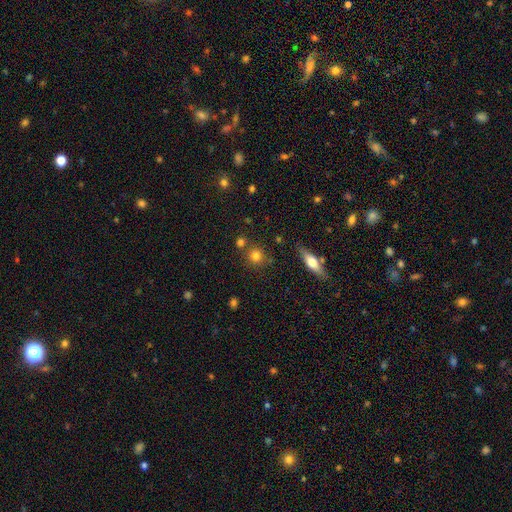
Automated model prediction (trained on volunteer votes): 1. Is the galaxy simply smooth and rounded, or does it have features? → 78% smooth, 12% star or artifact, 9% featured or disk.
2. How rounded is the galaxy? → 89% round, 9% in between, 2% cigar-shaped.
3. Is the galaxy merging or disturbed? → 76% none, 12% merger, 9% minor disturbance, 3% major disturbance.